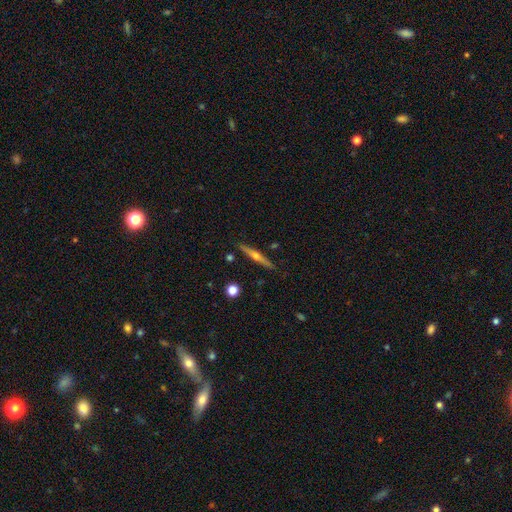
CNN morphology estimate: Overall: featured or disk (68%). Edge-on disk: yes (97%). Edge-on bulge: rounded (90%). Merging: none (89%).